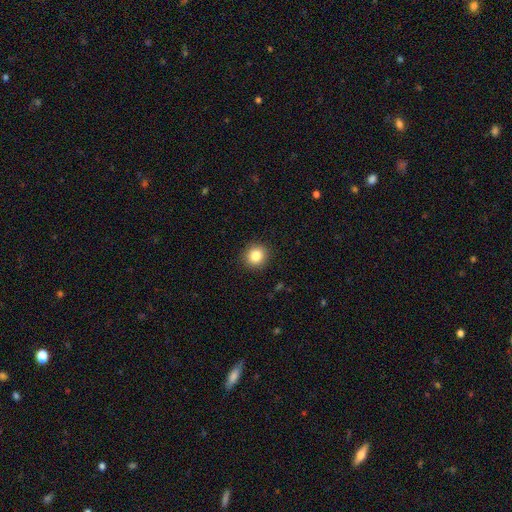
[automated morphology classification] Overall: smooth (84%). How rounded: round (89%). Merging: none (91%).